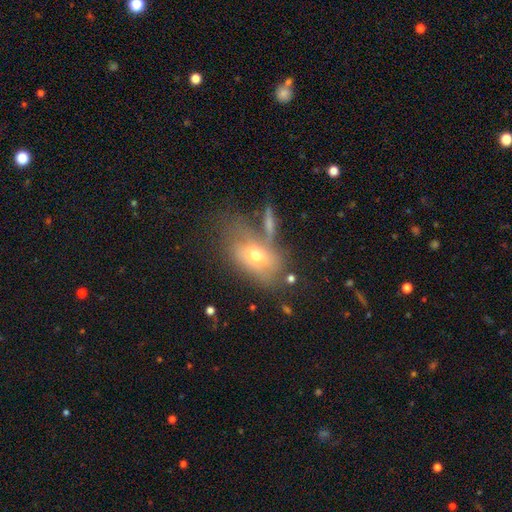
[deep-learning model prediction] smooth_or_featured: smooth (p=0.57) [alt: featured or disk p=0.31]
how_rounded: in between (p=0.80) [alt: round p=0.16]
merging: none (p=0.39) [alt: major disturbance p=0.21]